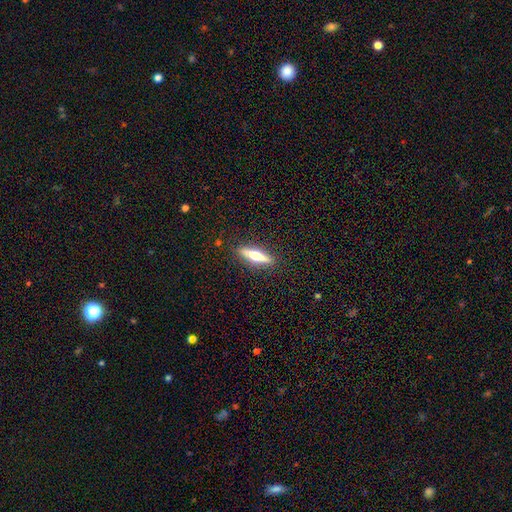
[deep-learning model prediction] featured or disk 62%, smooth 32%, star or artifact 6%. Down the decision tree: edge-on disk — yes (96%); edge-on bulge — rounded (94%); merging — none (90%).